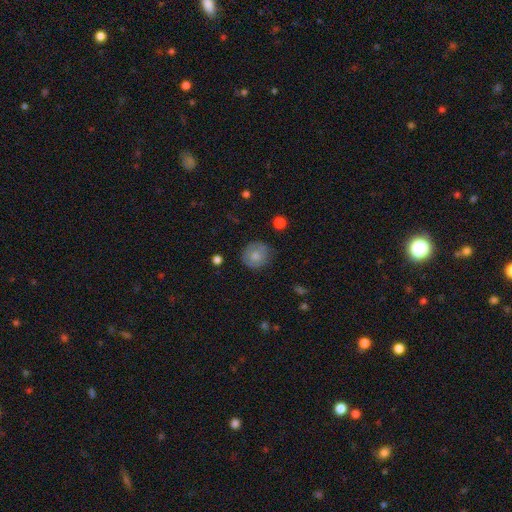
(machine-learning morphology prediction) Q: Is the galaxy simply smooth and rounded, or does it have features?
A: smooth — 70%.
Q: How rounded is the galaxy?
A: round — 90%.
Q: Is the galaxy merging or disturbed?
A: none — 76%.